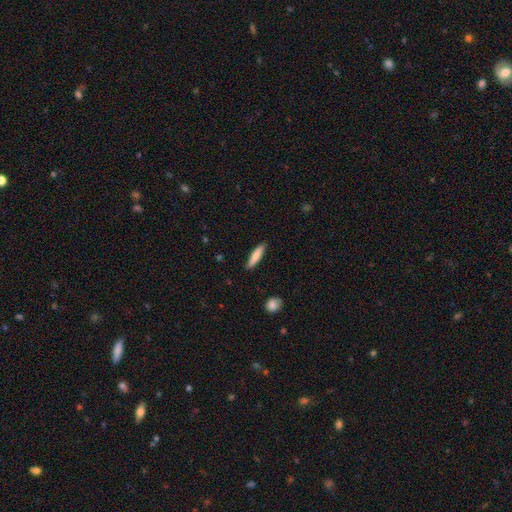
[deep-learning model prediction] Smooth or featured? smooth (79%)
How rounded? cigar-shaped (82%)
Merging? none (89%)